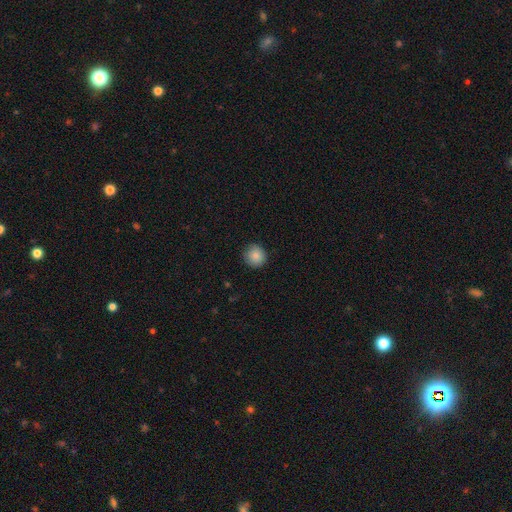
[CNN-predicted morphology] Smooth or featured: smooth — 86% (star or artifact — 8%)
How rounded: round — 92% (in between — 7%)
Merging: none — 85% (minor disturbance — 11%)